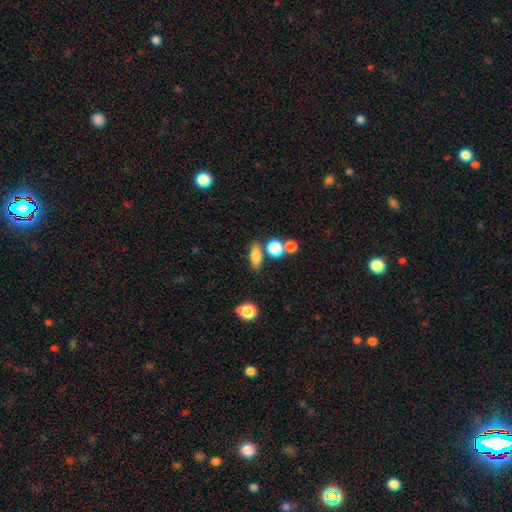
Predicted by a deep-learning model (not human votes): Smooth or featured?
  - smooth: 75% *
  - featured or disk: 13%
  - star or artifact: 12%
How rounded?
  - in between: 59% *
  - cigar-shaped: 23%
  - round: 18%
Merging?
  - none: 73% *
  - merger: 12%
  - minor disturbance: 11%
  - major disturbance: 4%